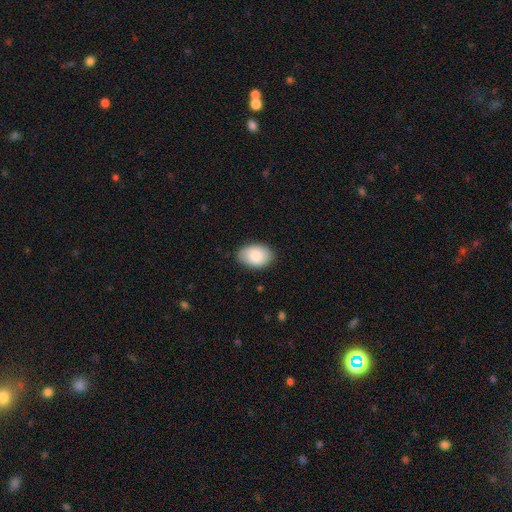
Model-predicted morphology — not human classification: type=smooth (85%); roundness=in between (86%); merging=none (83%).